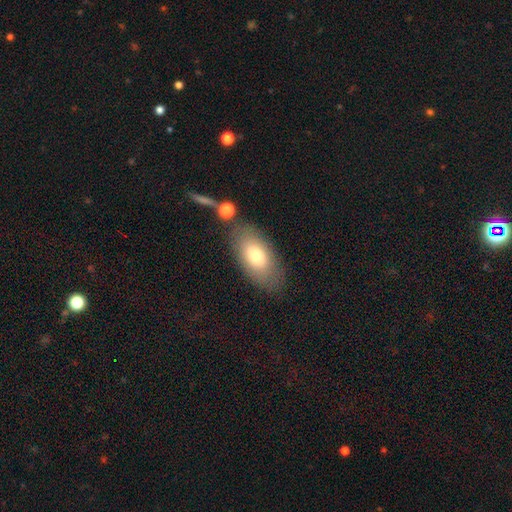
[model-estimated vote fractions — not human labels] The model was most divided on "smooth or featured": smooth: 78%, featured or disk: 15%, star or artifact: 7%. More confident: how rounded — in between (92%); merging — none (76%).